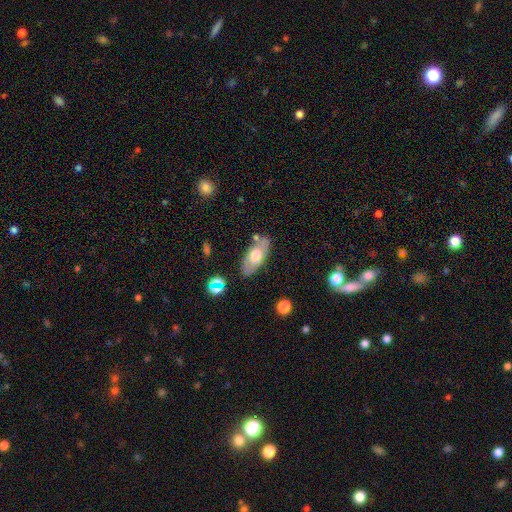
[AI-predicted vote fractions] This appears to be a smooth galaxy with no disk features (52%) that is in between round and cigar-shaped (89%). Merging: none (76%).